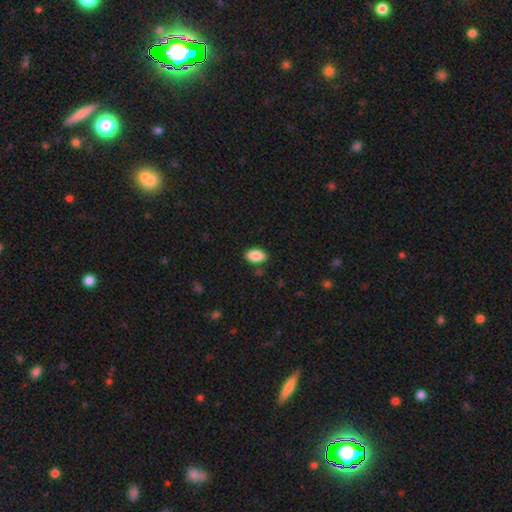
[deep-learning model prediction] Smooth or featured?
  - smooth: 88% *
  - star or artifact: 7%
  - featured or disk: 5%
How rounded?
  - in between: 92% *
  - round: 6%
  - cigar-shaped: 2%
Merging?
  - none: 87% *
  - minor disturbance: 9%
  - major disturbance: 2%
  - merger: 2%